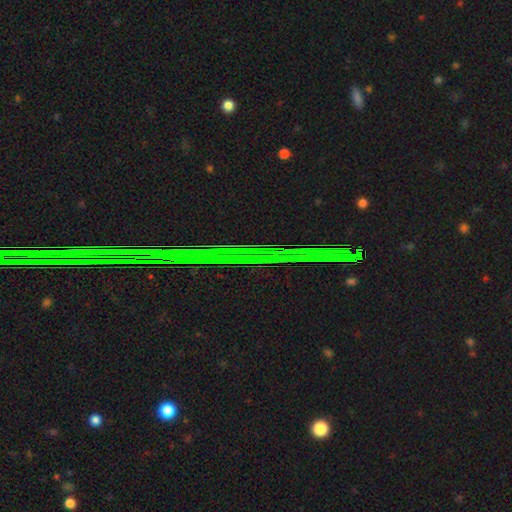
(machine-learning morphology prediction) Smooth or featured: star or artifact — 86% (featured or disk — 8%)